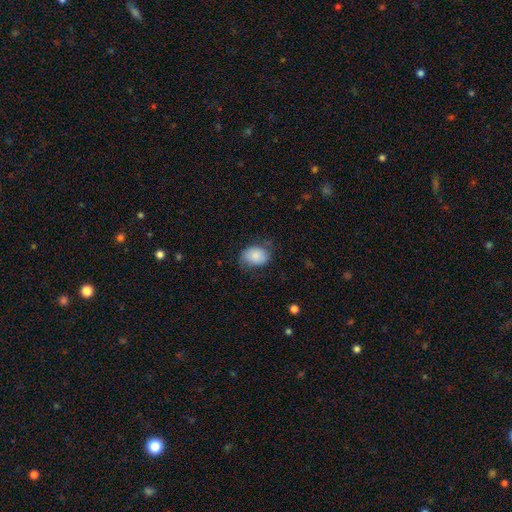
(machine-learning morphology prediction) Smooth or featured? Predicted: smooth (p=0.83). How rounded? Predicted: in between (p=0.65). Merging? Predicted: none (p=0.63).